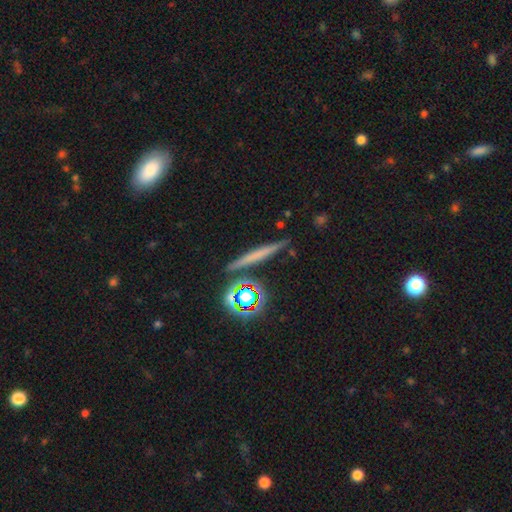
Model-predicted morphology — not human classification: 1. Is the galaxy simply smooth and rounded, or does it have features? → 46% smooth, 33% featured or disk, 20% star or artifact.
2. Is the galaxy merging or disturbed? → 85% none, 8% minor disturbance, 4% merger, 2% major disturbance.